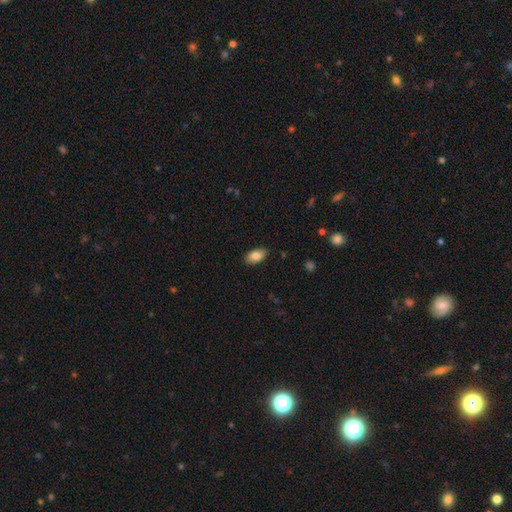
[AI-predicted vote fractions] smooth_or_featured: smooth (p=0.85) [alt: featured or disk p=0.09]
how_rounded: in between (p=0.93) [alt: round p=0.04]
merging: none (p=0.86) [alt: minor disturbance p=0.11]